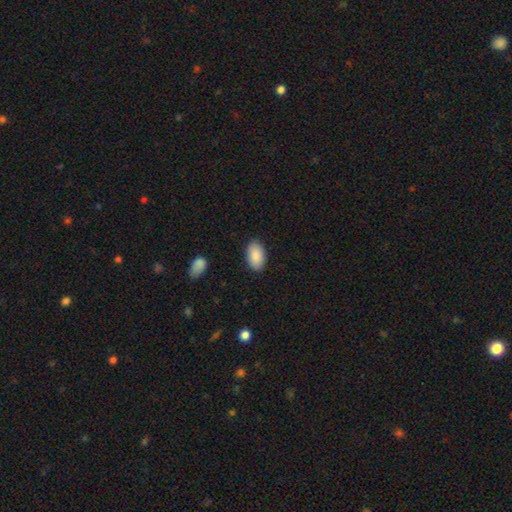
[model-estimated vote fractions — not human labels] Morphology: type=smooth (89%); roundness=in between (94%); merging=none (87%).